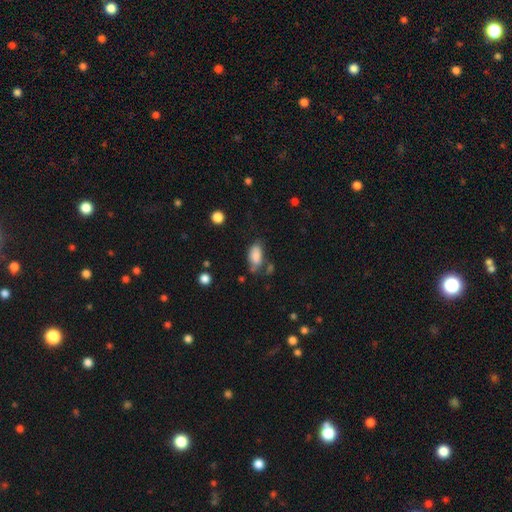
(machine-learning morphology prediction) This is clearly a smooth galaxy (83%). How rounded: clearly in between (91%). Merging: possibly none (50%).